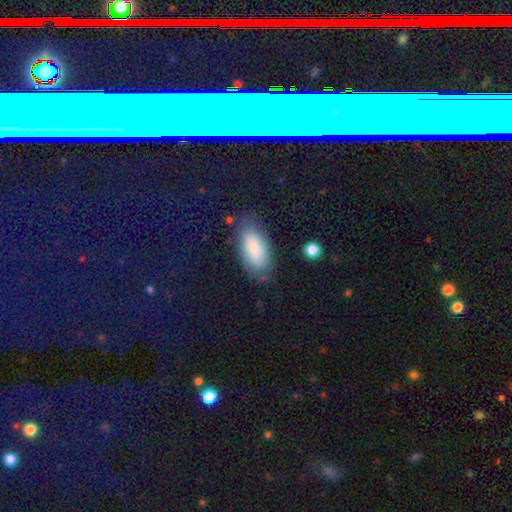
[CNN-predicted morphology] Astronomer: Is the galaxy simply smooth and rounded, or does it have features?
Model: smooth — 75%.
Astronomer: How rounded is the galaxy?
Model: in between — 90%.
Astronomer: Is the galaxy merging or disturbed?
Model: none — 71%.